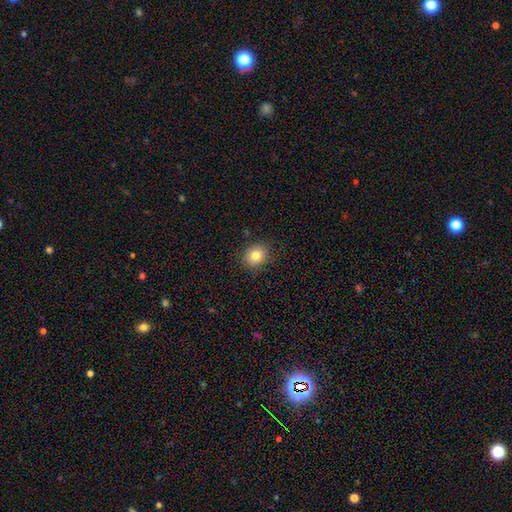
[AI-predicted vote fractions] This is clearly a smooth galaxy (81%). How rounded: likely round (73%). Merging: clearly none (87%).